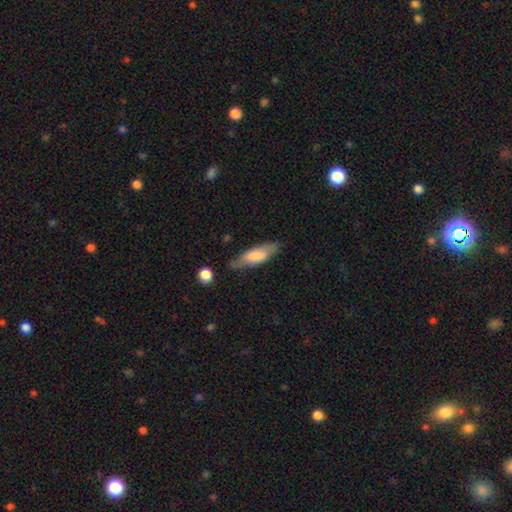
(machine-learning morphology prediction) smooth_or_featured: smooth (p=0.65) [alt: featured or disk p=0.29]
how_rounded: in between (p=0.52) [alt: cigar-shaped p=0.47]
merging: none (p=0.74) [alt: minor disturbance p=0.19]